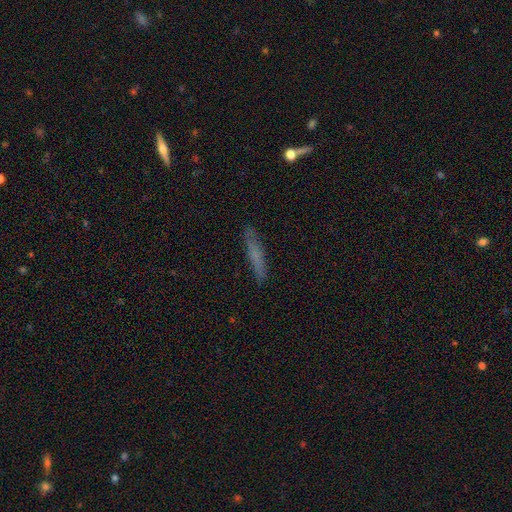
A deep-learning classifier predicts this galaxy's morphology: This appears to be a smooth galaxy with no disk features (59%) that is cigar-shaped (90%). Merging: none (83%).